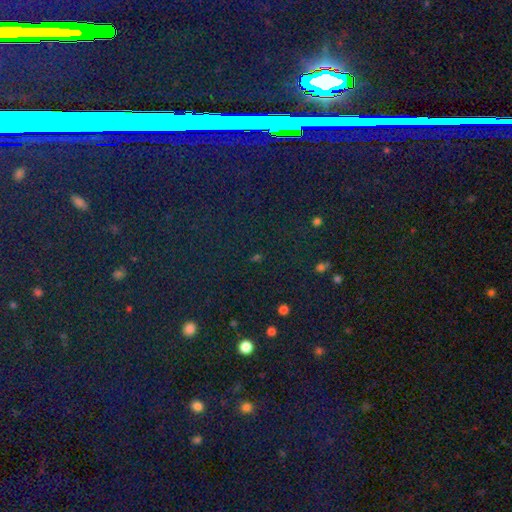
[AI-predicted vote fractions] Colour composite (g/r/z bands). It shows a star or artifact, not a galaxy (79%).